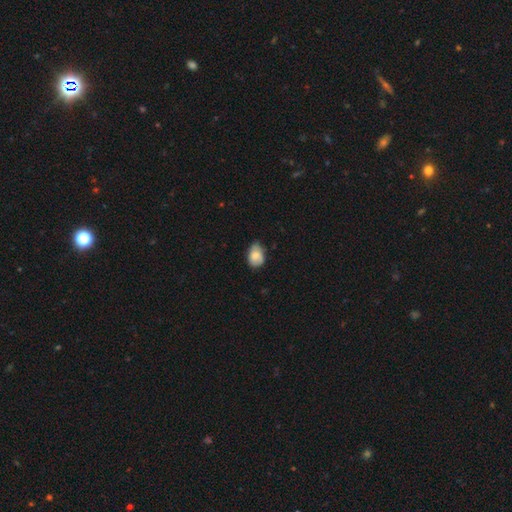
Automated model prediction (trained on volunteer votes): Morphology: type=smooth (75%); roundness=in between (79%); merging=none (50%).